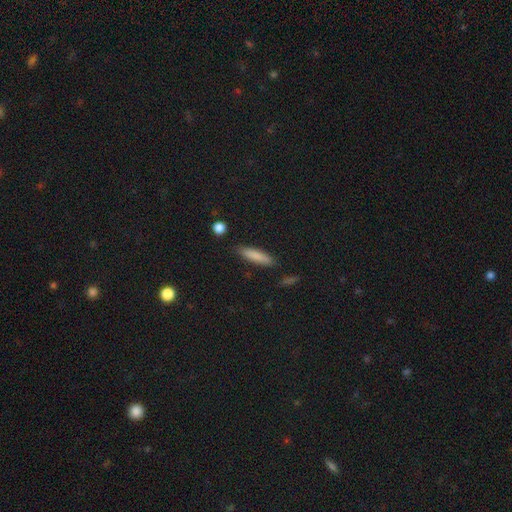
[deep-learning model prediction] Smooth or featured: smooth — 82% (featured or disk — 12%)
How rounded: cigar-shaped — 80% (in between — 19%)
Merging: none — 86% (minor disturbance — 10%)